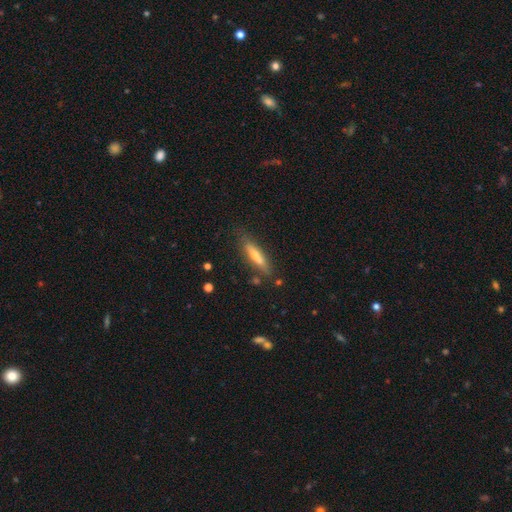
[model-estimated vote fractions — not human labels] A smooth galaxy with no disk features (47%). Merging: none (76%).